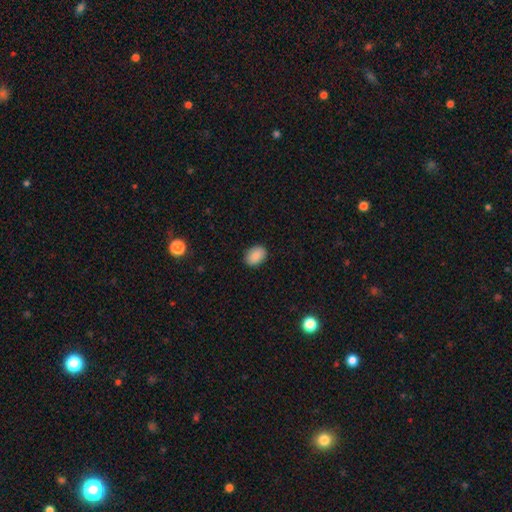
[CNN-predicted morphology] Smooth or featured?
  - smooth: 89% *
  - star or artifact: 8%
  - featured or disk: 4%
How rounded?
  - in between: 76% *
  - round: 23%
  - cigar-shaped: 1%
Merging?
  - none: 89% *
  - minor disturbance: 8%
  - major disturbance: 2%
  - merger: 1%